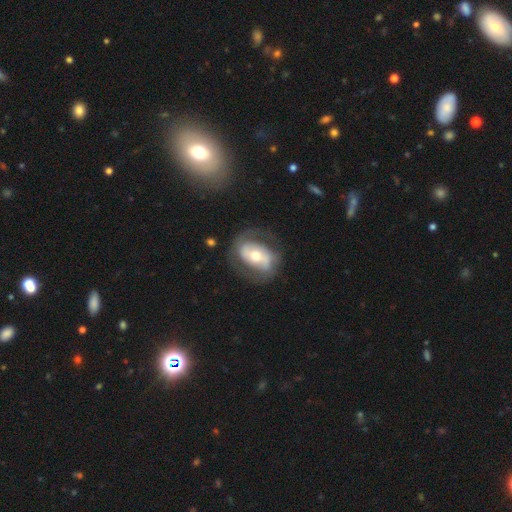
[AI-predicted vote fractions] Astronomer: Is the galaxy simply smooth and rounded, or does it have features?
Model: featured or disk — 69%.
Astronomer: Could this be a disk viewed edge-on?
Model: no — 95%.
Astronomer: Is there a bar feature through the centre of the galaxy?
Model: no — 40% (runner-up: strong, 31%).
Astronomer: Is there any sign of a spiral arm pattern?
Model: yes — 69%.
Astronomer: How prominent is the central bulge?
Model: moderate — 65%.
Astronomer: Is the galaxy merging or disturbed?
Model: none — 69%.